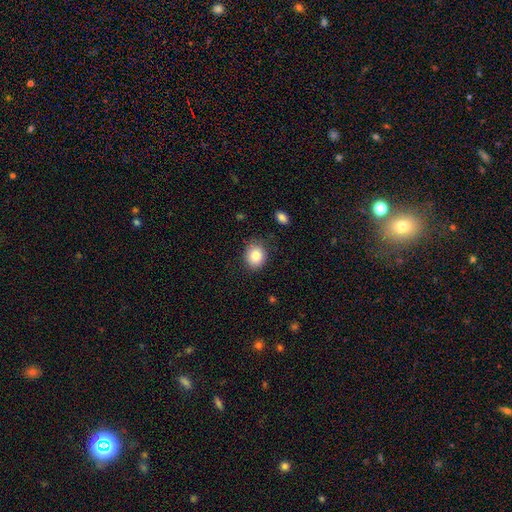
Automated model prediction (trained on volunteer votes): Smooth or featured?
  - smooth: 83% *
  - star or artifact: 9%
  - featured or disk: 7%
How rounded?
  - round: 69% *
  - in between: 31%
  - cigar-shaped: 1%
Merging?
  - none: 84% *
  - minor disturbance: 12%
  - major disturbance: 3%
  - merger: 1%